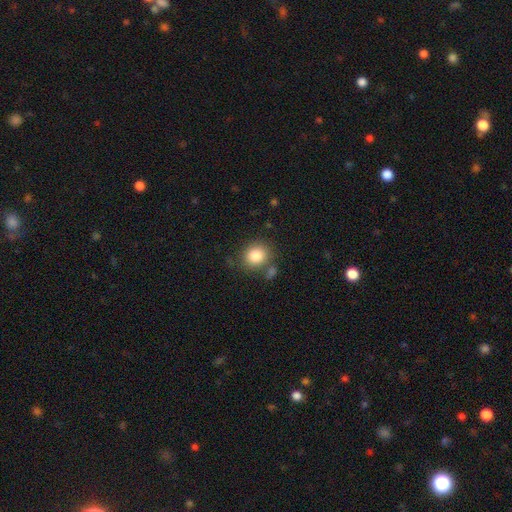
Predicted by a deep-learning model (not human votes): smooth 83%, star or artifact 9%, featured or disk 7%. Down the decision tree: how rounded — round (78%); merging — none (74%).